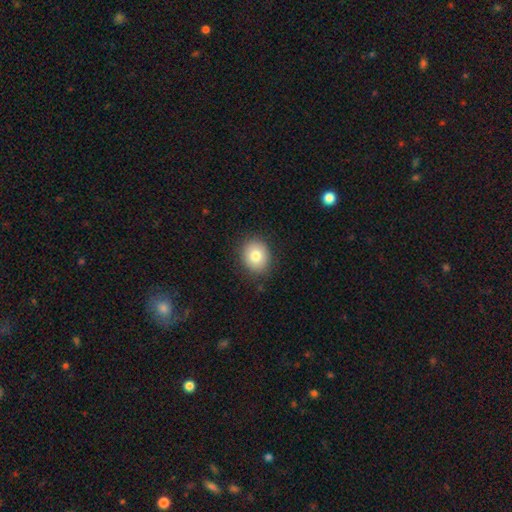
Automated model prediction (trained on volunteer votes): Q: Smooth or featured?
A: smooth (80%); runner-up: featured or disk (10%)
Q: How rounded?
A: round (69%); runner-up: in between (31%)
Q: Merging?
A: none (87%); runner-up: minor disturbance (9%)